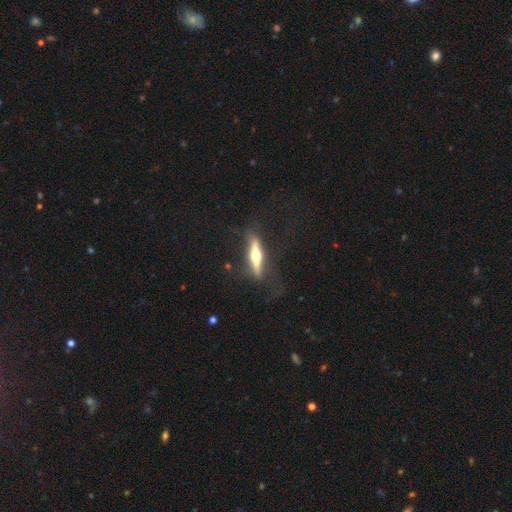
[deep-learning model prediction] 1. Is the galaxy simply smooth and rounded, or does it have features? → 65% featured or disk, 30% smooth, 5% star or artifact.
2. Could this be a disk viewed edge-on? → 94% yes, 6% no.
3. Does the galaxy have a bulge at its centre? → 92% rounded, 4% none, 4% boxy.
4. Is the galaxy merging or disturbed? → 74% none, 16% minor disturbance, 9% major disturbance, 2% merger.